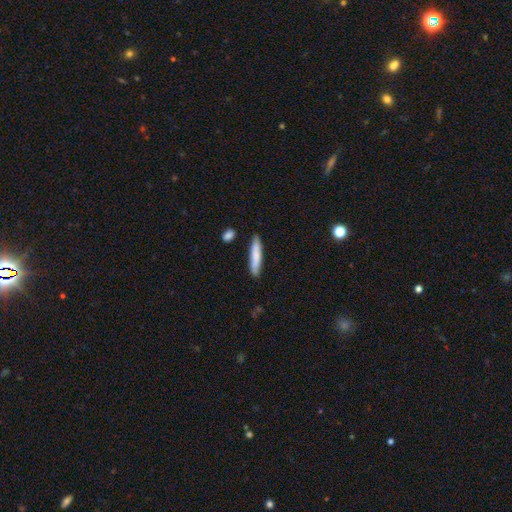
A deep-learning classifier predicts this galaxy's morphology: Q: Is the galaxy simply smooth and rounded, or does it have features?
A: smooth — 79%.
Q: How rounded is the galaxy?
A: cigar-shaped — 89%.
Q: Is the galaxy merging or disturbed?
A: none — 84%.